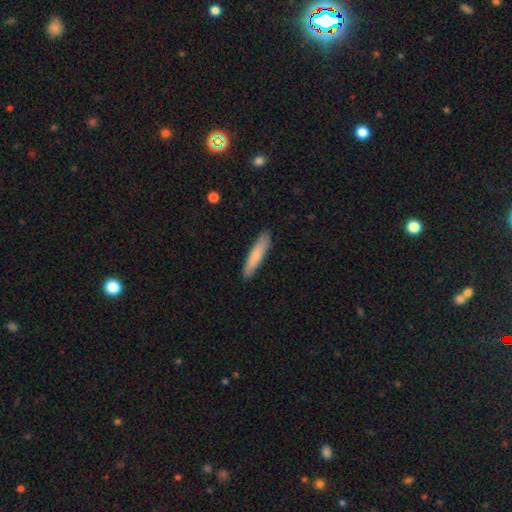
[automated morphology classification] smooth 79%, featured or disk 15%, star or artifact 5%. Down the decision tree: how rounded — cigar-shaped (87%); merging — none (89%).